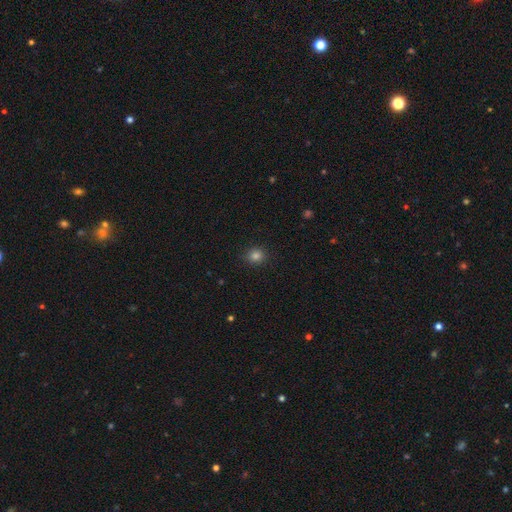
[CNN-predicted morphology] smooth_or_featured: smooth (p=0.82) [alt: star or artifact p=0.13]
how_rounded: round (p=0.75) [alt: in between p=0.24]
merging: none (p=0.88) [alt: minor disturbance p=0.09]